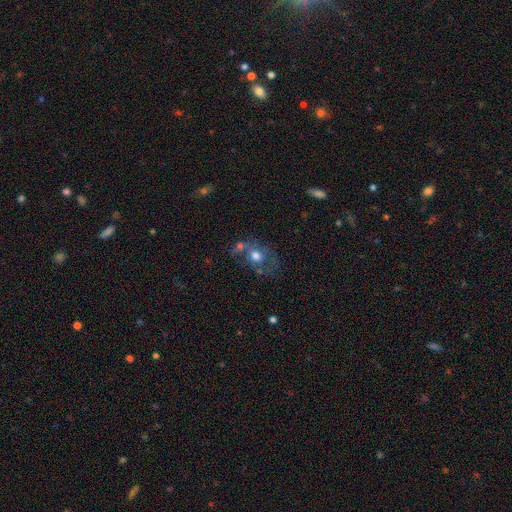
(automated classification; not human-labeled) A smooth galaxy with no disk features (45%).

Vote fractions:
- Smooth or featured? smooth: 45% / featured or disk: 44% / star or artifact: 11%
- Merging? none: 42% / merger: 25% / minor disturbance: 19% / major disturbance: 14%